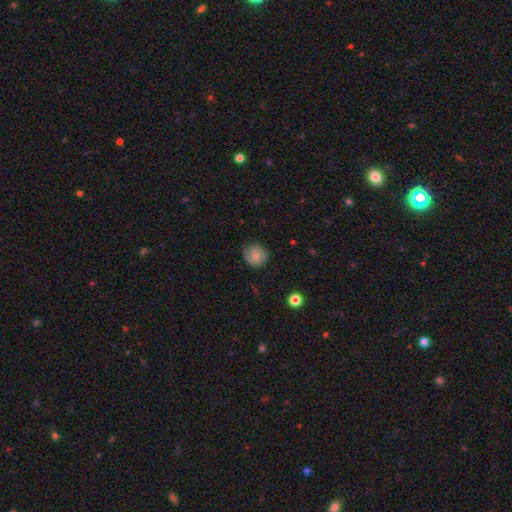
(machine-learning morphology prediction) smooth_or_featured: smooth (p=0.47) [alt: featured or disk p=0.44]
merging: none (p=0.71) [alt: minor disturbance p=0.21]